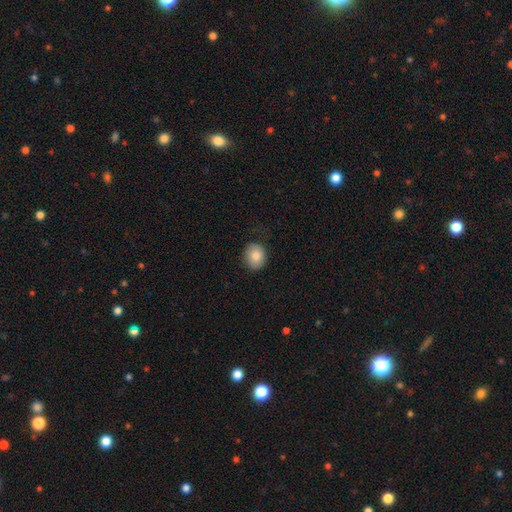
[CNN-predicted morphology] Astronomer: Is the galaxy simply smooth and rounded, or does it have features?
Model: smooth — 82%.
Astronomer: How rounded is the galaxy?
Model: round — 60% (runner-up: in between, 39%).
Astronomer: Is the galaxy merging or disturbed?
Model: none — 77%.